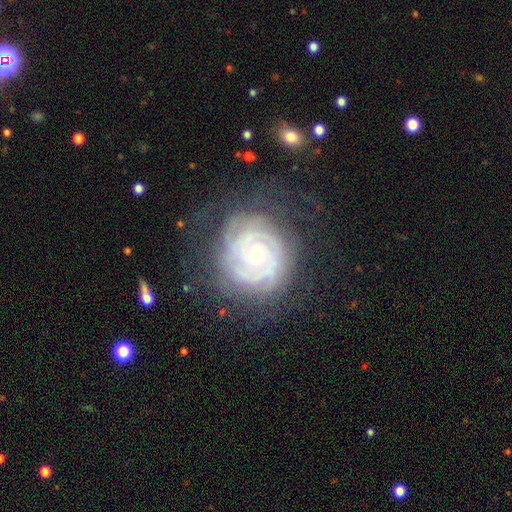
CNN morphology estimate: Smooth or featured: featured or disk — 85% (smooth — 9%)
Edge-on disk: no — 98% (yes — 2%)
Bar: no — 75% (weak — 20%)
Spiral arms: yes — 95% (no — 5%)
Spiral winding: tight — 80% (medium — 16%)
Spiral arm count: can't tell — 34% (2 — 23%)
Bulge size: small — 65% (moderate — 32%)
Merging: none — 69% (minor disturbance — 19%)